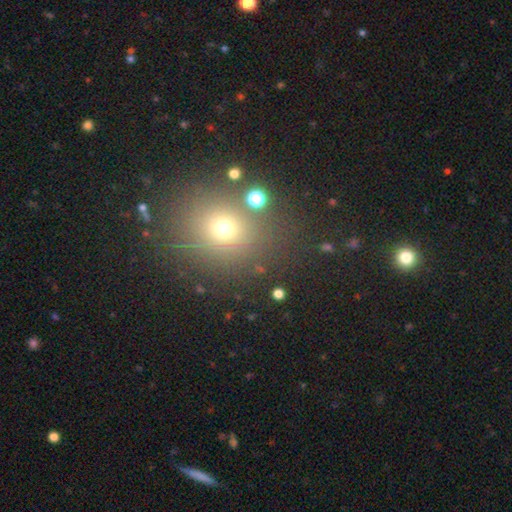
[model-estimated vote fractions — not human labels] Smooth or featured? smooth (58%)
How rounded? round (75%)
Merging? none (83%)